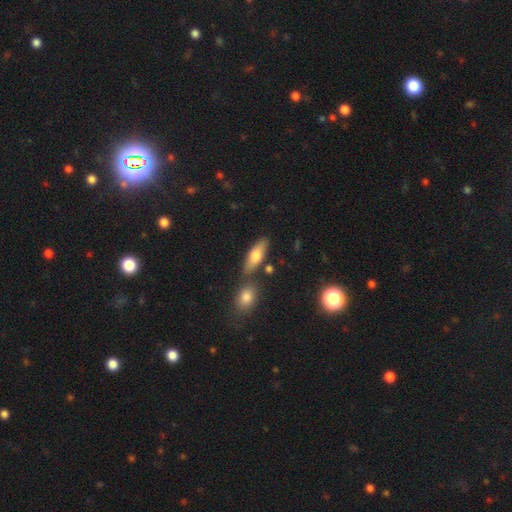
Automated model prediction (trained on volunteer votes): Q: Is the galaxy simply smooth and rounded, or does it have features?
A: smooth — 71%.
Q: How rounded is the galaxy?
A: in between — 69%.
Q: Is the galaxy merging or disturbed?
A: none — 66%.